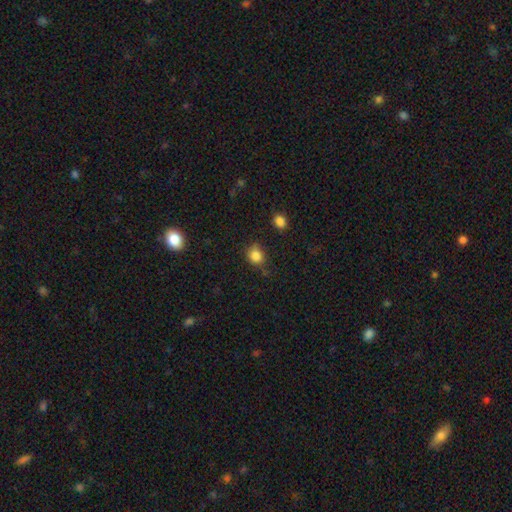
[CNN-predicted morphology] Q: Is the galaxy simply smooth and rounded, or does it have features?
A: smooth — 83%.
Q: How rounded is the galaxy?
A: round — 75%.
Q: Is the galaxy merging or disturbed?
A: none — 73%.